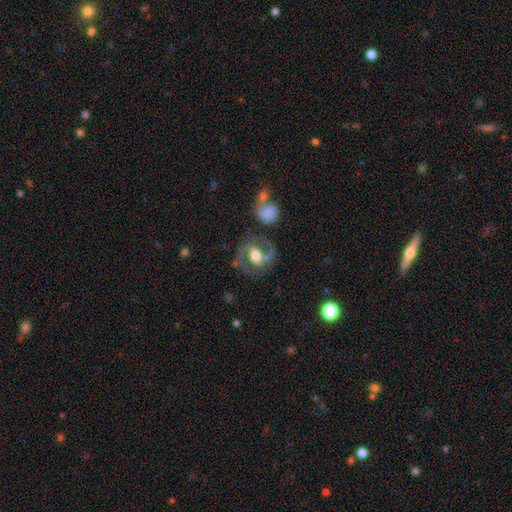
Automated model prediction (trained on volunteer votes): Q: Smooth or featured?
A: featured or disk (73%); runner-up: smooth (21%)
Q: Edge-on disk?
A: no (97%); runner-up: yes (3%)
Q: Bar?
A: no (39%); runner-up: weak (35%)
Q: Spiral arms?
A: yes (84%); runner-up: no (16%)
Q: Spiral winding?
A: medium (56%); runner-up: tight (25%)
Q: Spiral arm count?
A: 2 (89%); runner-up: can't tell (5%)
Q: Bulge size?
A: moderate (62%); runner-up: large (26%)
Q: Merging?
A: none (71%); runner-up: minor disturbance (15%)